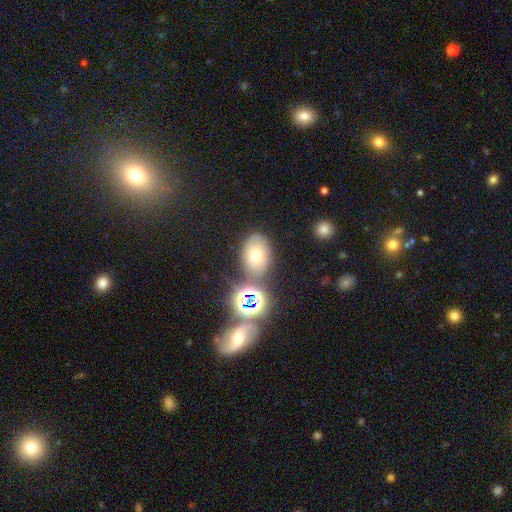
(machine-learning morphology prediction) This appears to be a smooth galaxy with no disk features (51%) that is in between round and cigar-shaped (75%). Merging: none (68%).